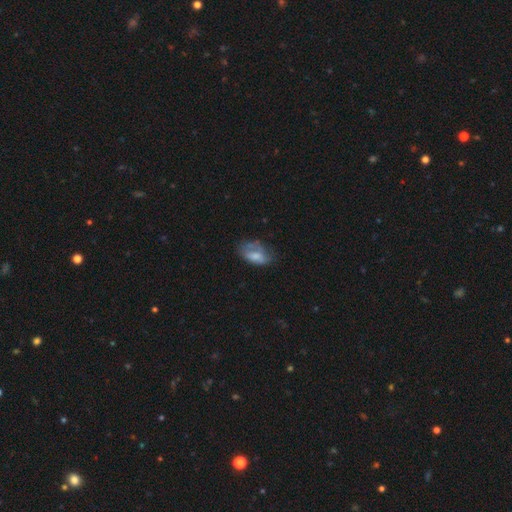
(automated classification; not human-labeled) Smooth or featured? Predicted: smooth (p=0.64). How rounded? Predicted: in between (p=0.90). Merging? Predicted: none (p=0.40).